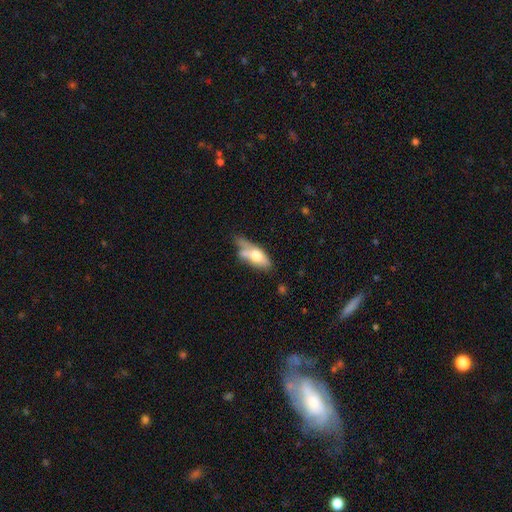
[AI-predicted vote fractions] smooth 57%, featured or disk 36%, star or artifact 6%. Down the decision tree: how rounded — in between (73%); merging — none (34%).